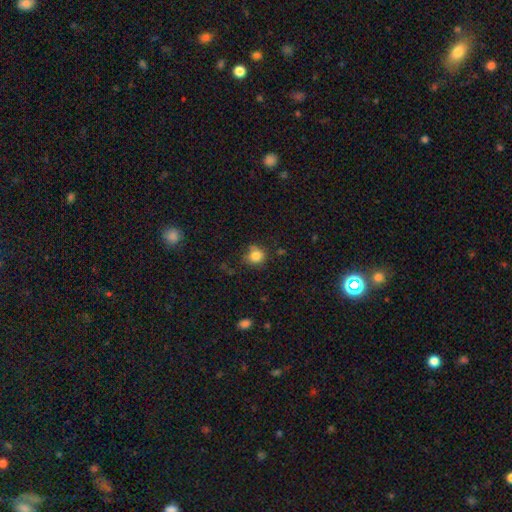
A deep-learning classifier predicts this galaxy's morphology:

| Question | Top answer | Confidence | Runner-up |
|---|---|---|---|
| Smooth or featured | smooth | 83% | star or artifact (11%) |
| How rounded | round | 81% | in between (19%) |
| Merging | none | 66% | minor disturbance (22%) |